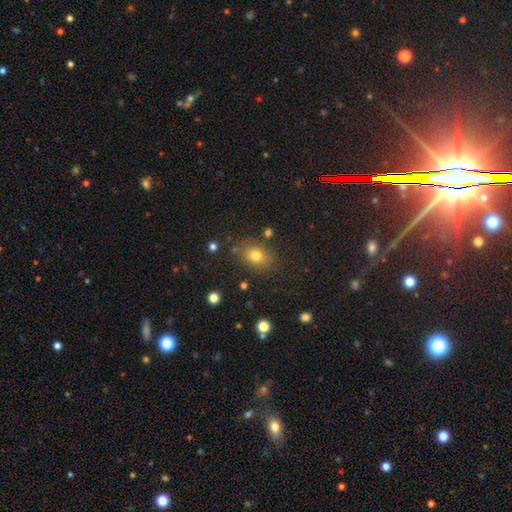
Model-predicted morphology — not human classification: Smooth or featured? smooth (77%)
How rounded? in between (58%)
Merging? none (79%)